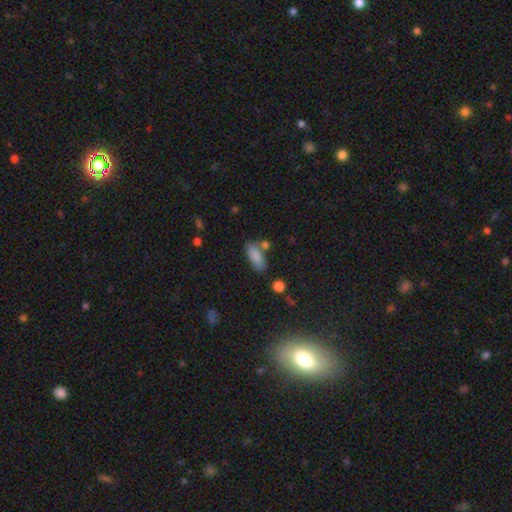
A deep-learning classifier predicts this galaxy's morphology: This is clearly a smooth galaxy (85%). How rounded: clearly in between (83%). Merging: likely none (63%).